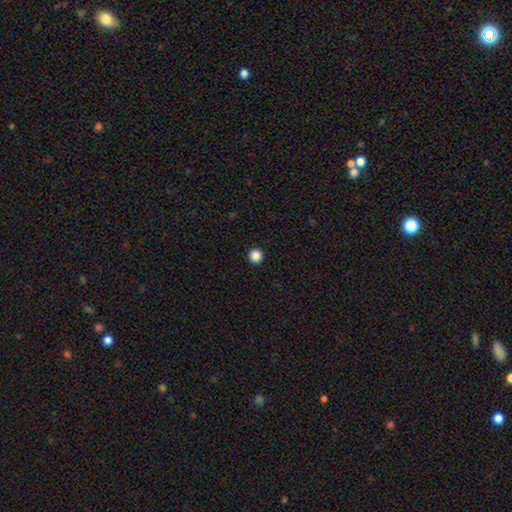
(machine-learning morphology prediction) Smooth or featured? smooth (87%)
How rounded? round (95%)
Merging? none (94%)